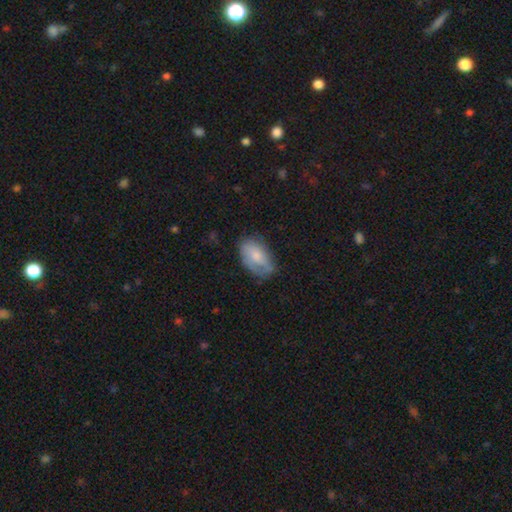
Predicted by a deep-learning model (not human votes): The model was most divided on "merging": none: 58%, minor disturbance: 30%, major disturbance: 10%, merger: 2%. More confident: how rounded — in between (92%); smooth or featured — smooth (66%).